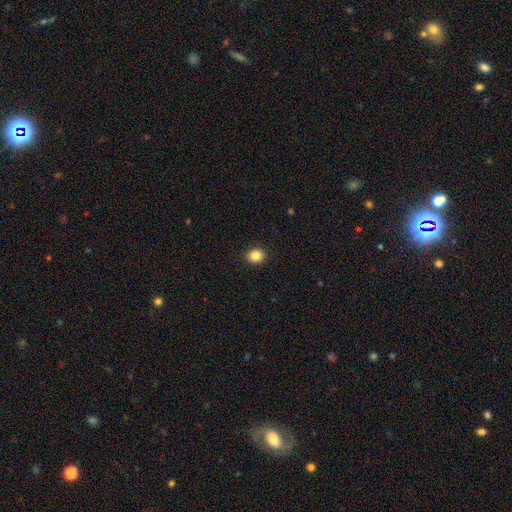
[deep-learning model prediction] Smooth or featured?
  - smooth: 85% *
  - star or artifact: 10%
  - featured or disk: 5%
How rounded?
  - round: 68% *
  - in between: 31%
  - cigar-shaped: 1%
Merging?
  - none: 92% *
  - minor disturbance: 6%
  - major disturbance: 2%
  - merger: 1%